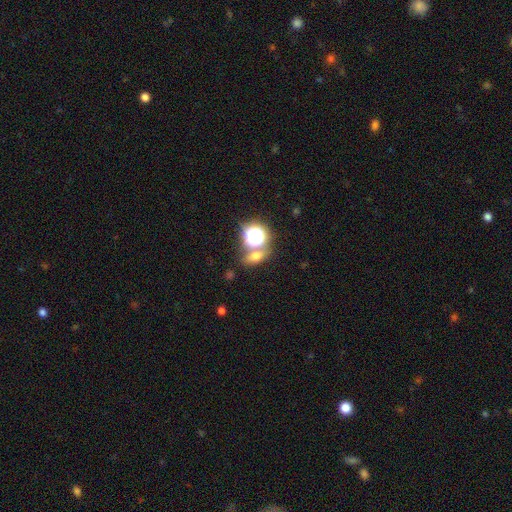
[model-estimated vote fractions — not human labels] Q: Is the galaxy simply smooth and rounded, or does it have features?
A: smooth — 57%.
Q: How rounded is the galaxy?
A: in between — 57%.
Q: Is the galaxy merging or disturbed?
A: none — 64%.